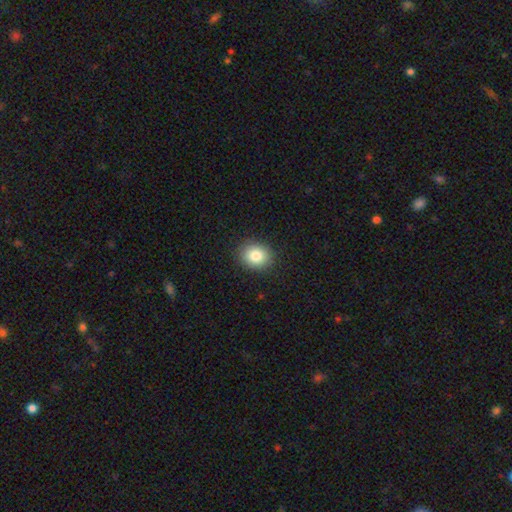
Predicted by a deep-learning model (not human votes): Q: Smooth or featured?
A: smooth (83%); runner-up: star or artifact (9%)
Q: How rounded?
A: round (62%); runner-up: in between (37%)
Q: Merging?
A: none (89%); runner-up: minor disturbance (7%)